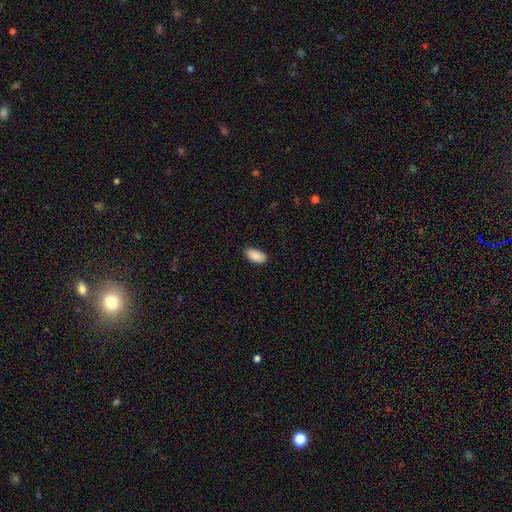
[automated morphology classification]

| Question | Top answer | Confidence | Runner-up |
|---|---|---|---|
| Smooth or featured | smooth | 89% | star or artifact (7%) |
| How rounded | in between | 95% | round (3%) |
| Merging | none | 85% | minor disturbance (12%) |